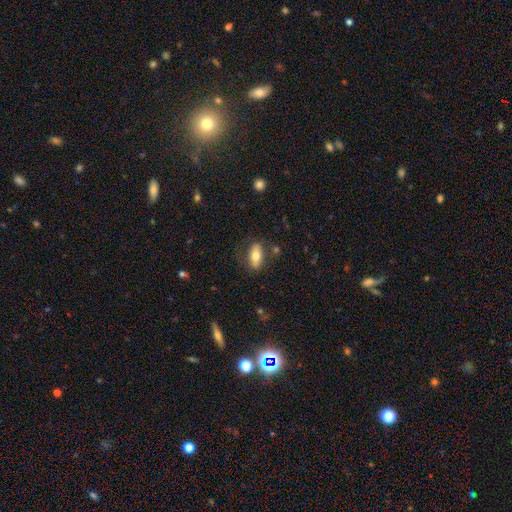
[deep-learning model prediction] This is likely a smooth galaxy (72%). How rounded: clearly in between (81%). Merging: likely none (76%).